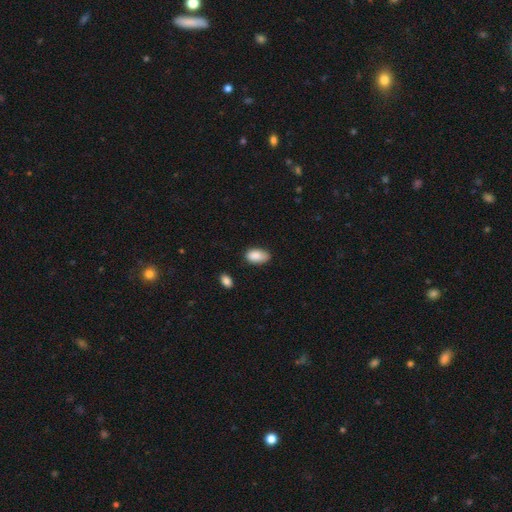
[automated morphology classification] smooth_or_featured: smooth (p=0.88) [alt: star or artifact p=0.07]
how_rounded: in between (p=0.94) [alt: round p=0.04]
merging: none (p=0.70) [alt: minor disturbance p=0.24]